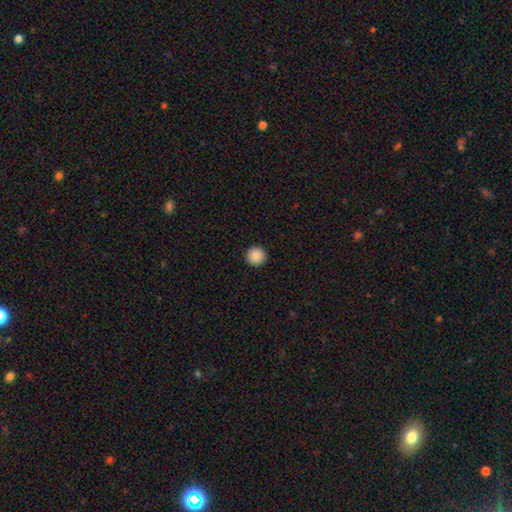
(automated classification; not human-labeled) Q: Smooth or featured?
A: smooth (88%); runner-up: star or artifact (9%)
Q: How rounded?
A: round (96%); runner-up: in between (3%)
Q: Merging?
A: none (94%); runner-up: minor disturbance (4%)